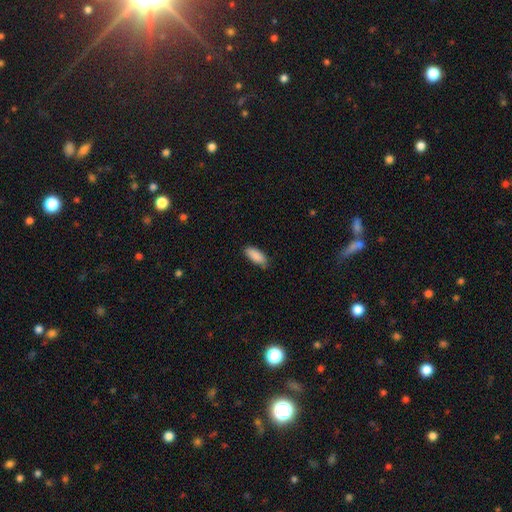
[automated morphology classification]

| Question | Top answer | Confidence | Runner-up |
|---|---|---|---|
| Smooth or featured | smooth | 89% | star or artifact (6%) |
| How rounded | in between | 82% | cigar-shaped (17%) |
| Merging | none | 81% | minor disturbance (15%) |